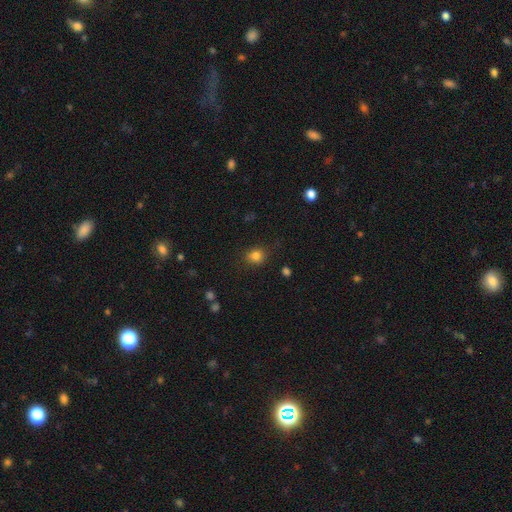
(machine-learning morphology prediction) Q: Smooth or featured?
A: smooth (82%); runner-up: star or artifact (13%)
Q: How rounded?
A: round (77%); runner-up: in between (22%)
Q: Merging?
A: none (84%); runner-up: minor disturbance (11%)